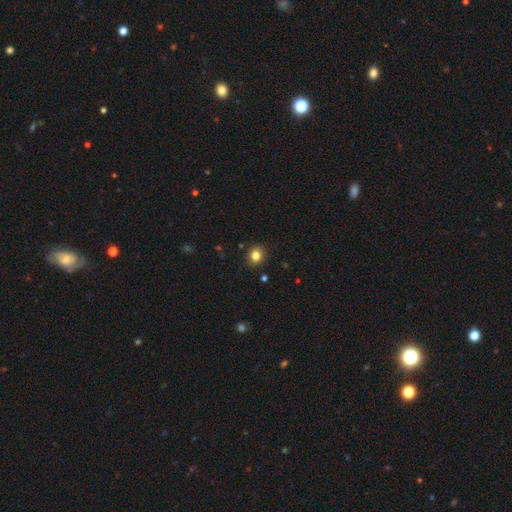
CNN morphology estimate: This appears to be a smooth galaxy with no disk features (82%) that is round (64%). Merging: none (89%).